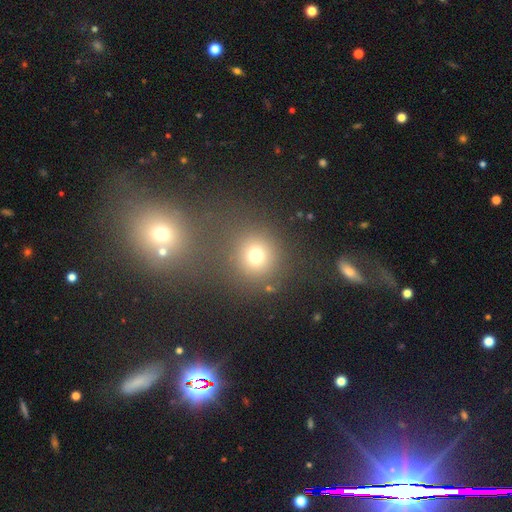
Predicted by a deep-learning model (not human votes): This appears to be a smooth galaxy with no disk features (72%) that is round (90%). Merging: none (75%).